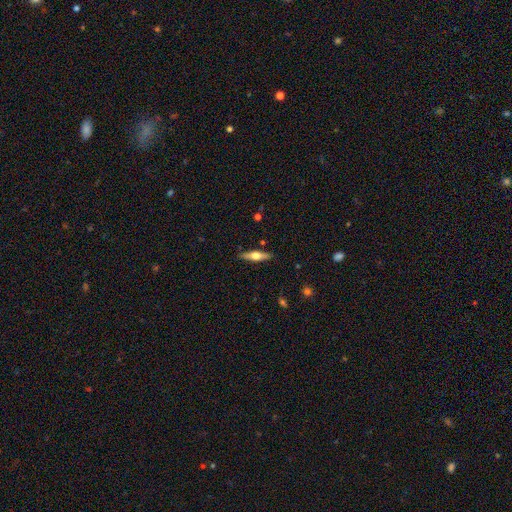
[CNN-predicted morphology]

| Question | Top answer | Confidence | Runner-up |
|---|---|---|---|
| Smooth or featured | featured or disk | 51% | smooth (43%) |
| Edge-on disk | yes | 92% | no (8%) |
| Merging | none | 87% | minor disturbance (9%) |